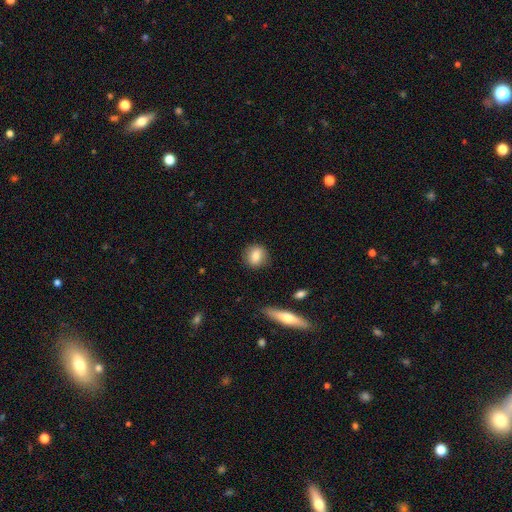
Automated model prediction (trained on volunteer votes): smooth_or_featured: smooth (p=0.80) [alt: featured or disk p=0.12]
how_rounded: round (p=0.73) [alt: in between p=0.25]
merging: none (p=0.85) [alt: minor disturbance p=0.10]